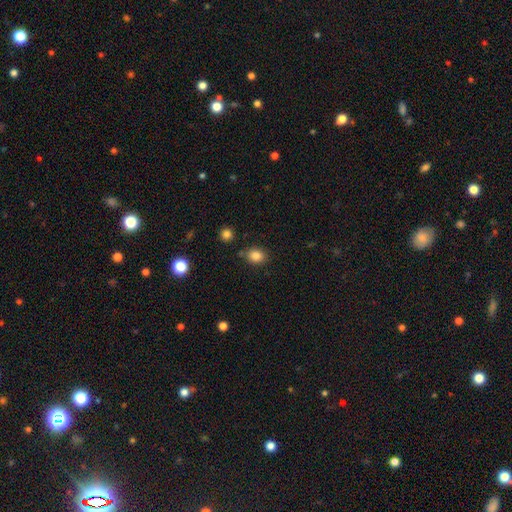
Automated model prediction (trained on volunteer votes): Overall: smooth (84%). How rounded: round (50%; in between 49%). Merging: none (79%).